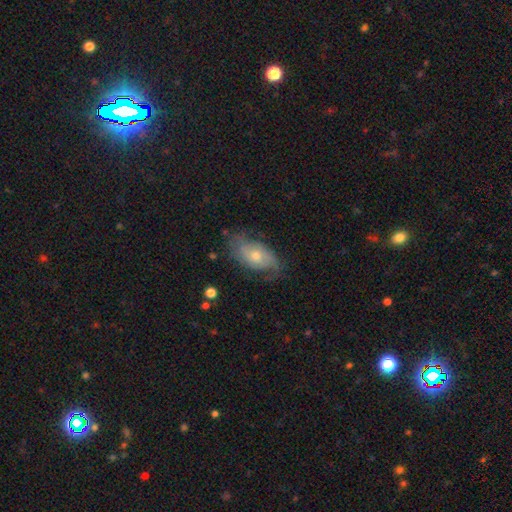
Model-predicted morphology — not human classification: Smooth or featured? Predicted: featured or disk (p=0.61). Edge-on disk? Predicted: no (p=0.93). Bar? Predicted: no (p=0.78). Spiral arms? Predicted: yes (p=0.80). Bulge size? Predicted: moderate (p=0.48). Merging? Predicted: none (p=0.62).